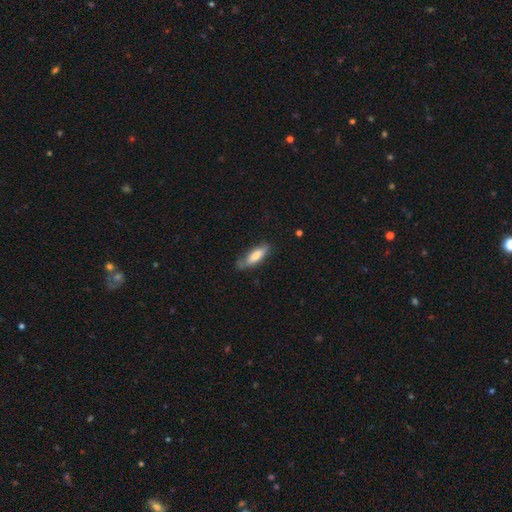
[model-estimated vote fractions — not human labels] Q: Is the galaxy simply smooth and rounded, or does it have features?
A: smooth — 71%.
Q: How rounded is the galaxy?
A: in between — 51%.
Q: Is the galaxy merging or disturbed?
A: none — 61%.